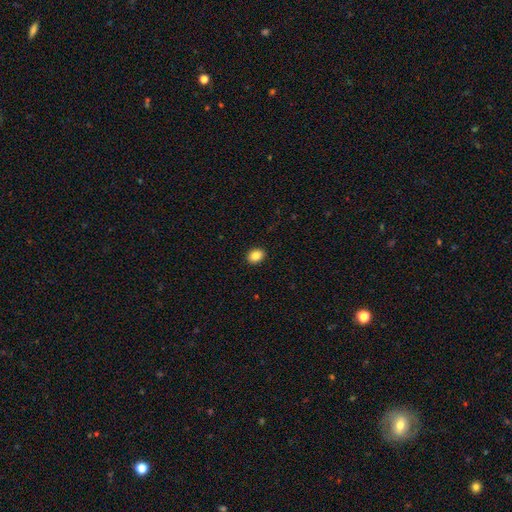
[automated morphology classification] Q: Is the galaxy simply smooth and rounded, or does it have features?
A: smooth — 87%.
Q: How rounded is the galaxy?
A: in between — 55%.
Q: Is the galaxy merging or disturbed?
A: none — 91%.